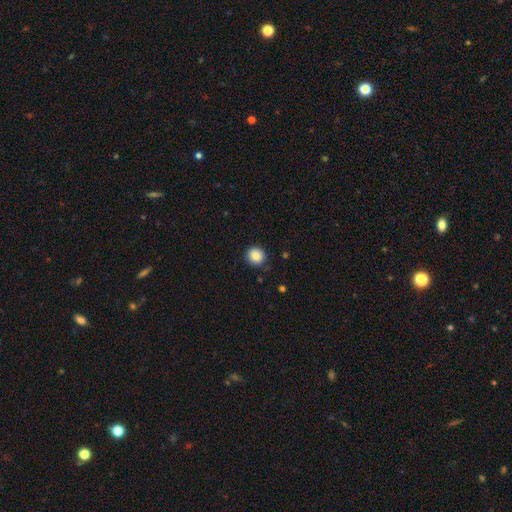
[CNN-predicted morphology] Q: Smooth or featured?
A: smooth (88%); runner-up: star or artifact (9%)
Q: How rounded?
A: round (86%); runner-up: in between (13%)
Q: Merging?
A: none (87%); runner-up: minor disturbance (9%)